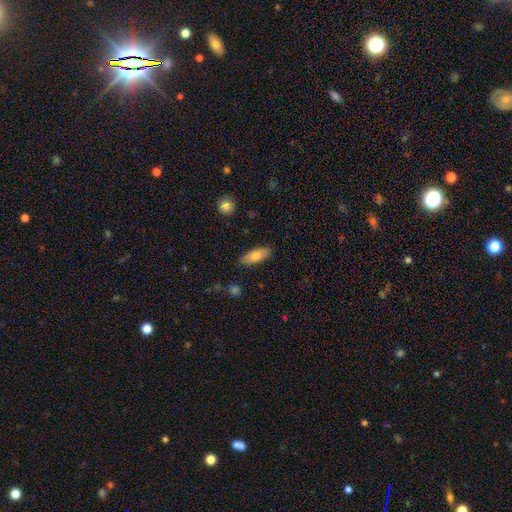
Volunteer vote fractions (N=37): smooth 70%, featured or disk 24%, star or artifact 5%. Down the decision tree: how rounded — in between (77%); merging — none (97%).